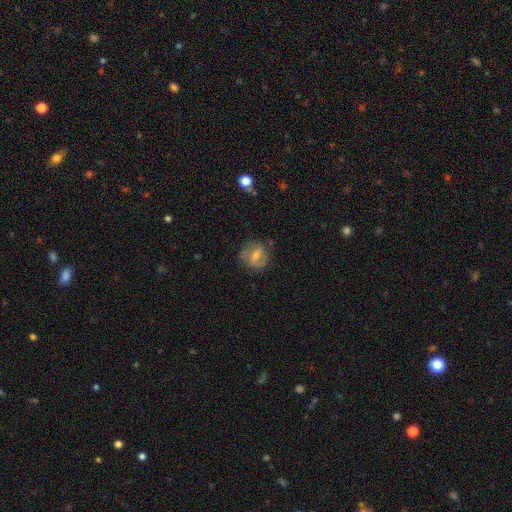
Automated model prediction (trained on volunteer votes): Q: Smooth or featured?
A: smooth (54%); runner-up: featured or disk (38%)
Q: How rounded?
A: round (73%); runner-up: in between (25%)
Q: Merging?
A: none (66%); runner-up: minor disturbance (22%)